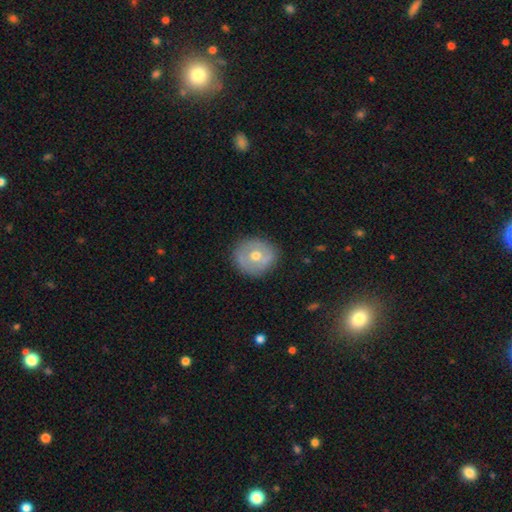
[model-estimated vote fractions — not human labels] The model was most divided on "smooth or featured": featured or disk: 48%, smooth: 45%, star or artifact: 8%. More confident: merging — none (84%).